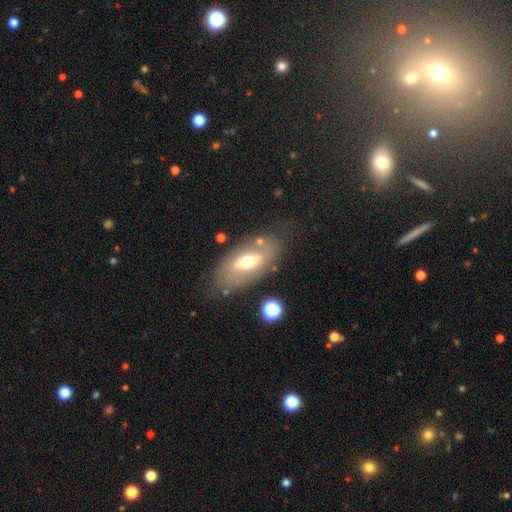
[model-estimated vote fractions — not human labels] This appears to be a featured or disk galaxy (56%). Merging: none (72%).